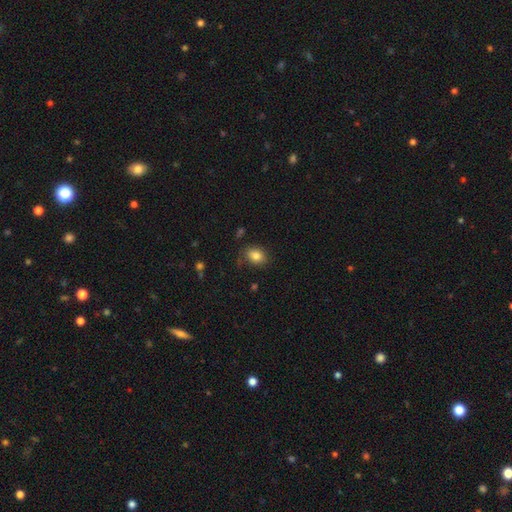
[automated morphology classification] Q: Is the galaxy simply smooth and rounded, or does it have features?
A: smooth — 84%.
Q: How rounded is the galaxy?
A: in between — 69%.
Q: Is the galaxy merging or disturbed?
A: none — 78%.